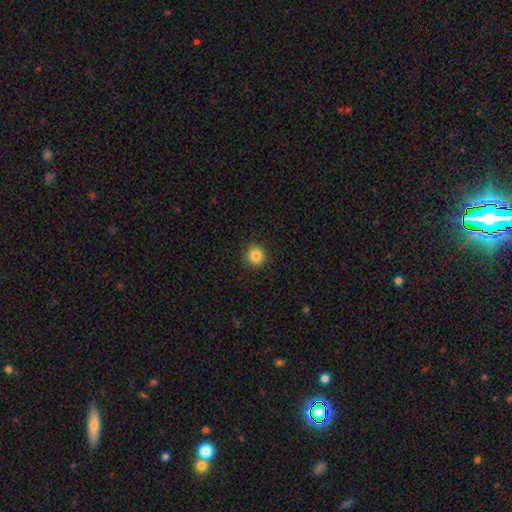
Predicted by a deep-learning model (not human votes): This is clearly a smooth galaxy (85%). How rounded: clearly round (92%). Merging: clearly none (89%).